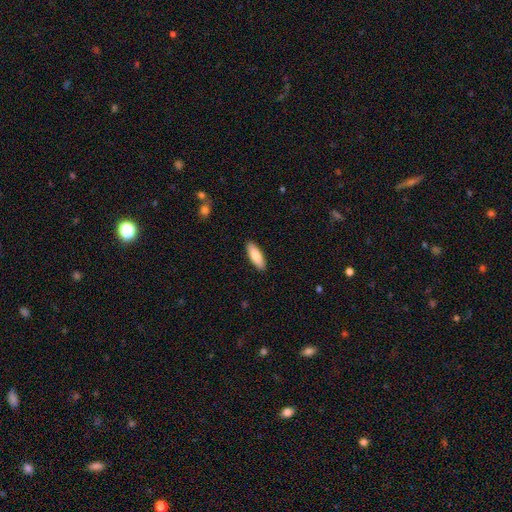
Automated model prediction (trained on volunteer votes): Morphology: type=smooth (84%); roundness=in between (62%); merging=none (90%).